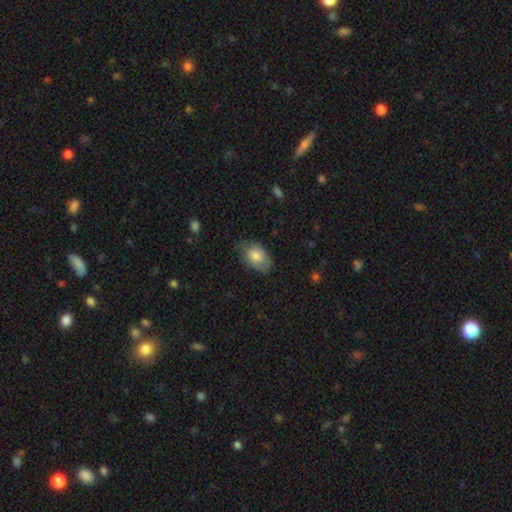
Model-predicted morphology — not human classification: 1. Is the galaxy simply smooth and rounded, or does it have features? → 72% smooth, 22% featured or disk, 7% star or artifact.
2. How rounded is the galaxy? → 90% in between, 9% round, 1% cigar-shaped.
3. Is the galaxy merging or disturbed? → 60% none, 30% minor disturbance, 9% major disturbance, 1% merger.